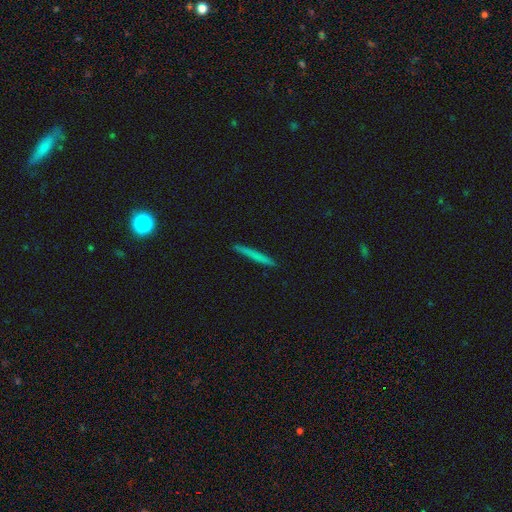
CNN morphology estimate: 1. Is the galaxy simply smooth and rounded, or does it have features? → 66% smooth, 27% featured or disk, 7% star or artifact.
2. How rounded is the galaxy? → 97% cigar-shaped, 2% in between, 1% round.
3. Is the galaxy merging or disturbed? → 91% none, 6% minor disturbance, 1% major disturbance, 1% merger.